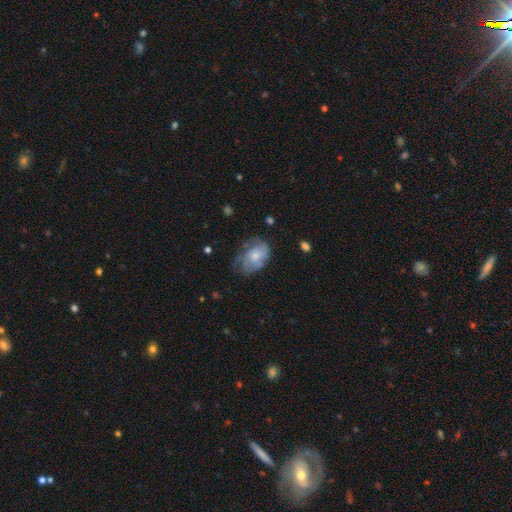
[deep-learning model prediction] smooth-or-featured: smooth: 47% | featured or disk: 45% | star or artifact: 7%
  merging: none: 45% | minor disturbance: 31% | major disturbance: 22% | merger: 2%